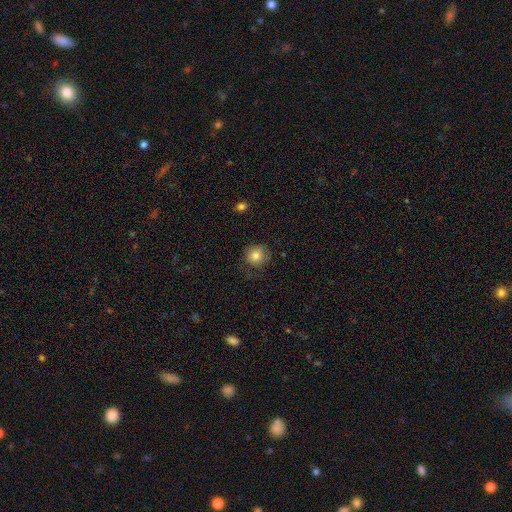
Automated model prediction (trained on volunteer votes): Smooth or featured?
  - smooth: 82% *
  - star or artifact: 10%
  - featured or disk: 8%
How rounded?
  - round: 90% *
  - in between: 9%
  - cigar-shaped: 1%
Merging?
  - none: 69% *
  - minor disturbance: 21%
  - major disturbance: 9%
  - merger: 1%